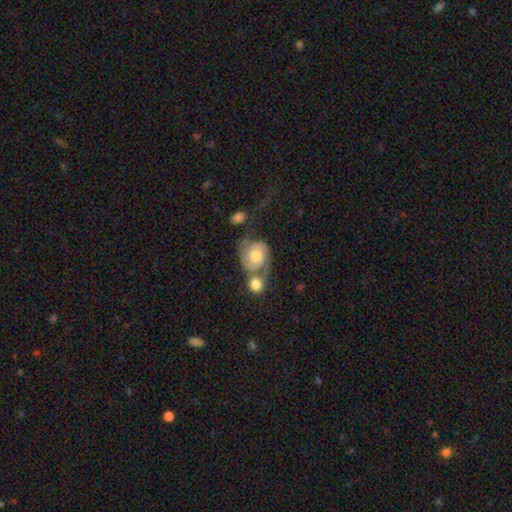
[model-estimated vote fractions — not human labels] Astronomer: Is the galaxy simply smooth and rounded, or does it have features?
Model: featured or disk — 65%.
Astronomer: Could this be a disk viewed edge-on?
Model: no — 98%.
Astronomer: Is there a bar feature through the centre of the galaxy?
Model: no — 75%.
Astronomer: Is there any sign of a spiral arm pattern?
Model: yes — 90%.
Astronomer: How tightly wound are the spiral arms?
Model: medium — 42% (runner-up: tight, 31%).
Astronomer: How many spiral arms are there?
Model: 2 — 84%.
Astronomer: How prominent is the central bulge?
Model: moderate — 57%.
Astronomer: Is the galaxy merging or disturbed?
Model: merger — 40% (runner-up: none, 29%).